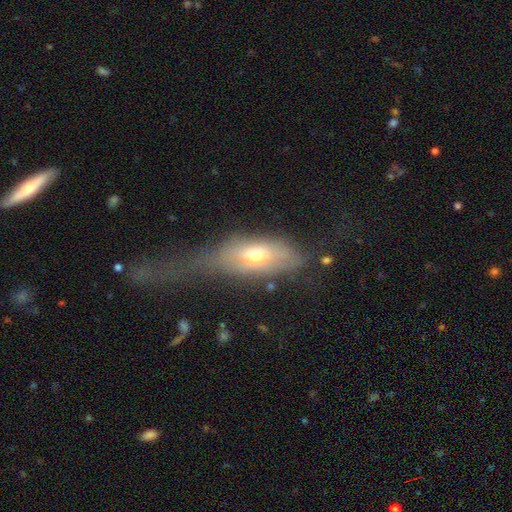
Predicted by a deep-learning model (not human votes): A smooth galaxy with no disk features (50%) that is in between round and cigar-shaped (66%). Merging: major disturbance (52%).